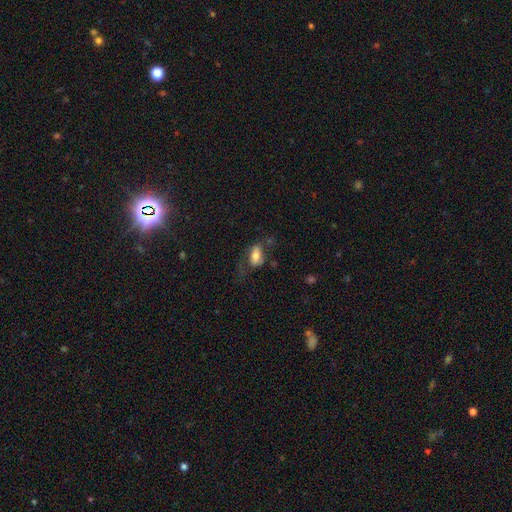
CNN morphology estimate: The model was most divided on "merging": none: 44%, major disturbance: 29%, minor disturbance: 23%, merger: 4%. More confident: how rounded — in between (89%); smooth or featured — smooth (64%).